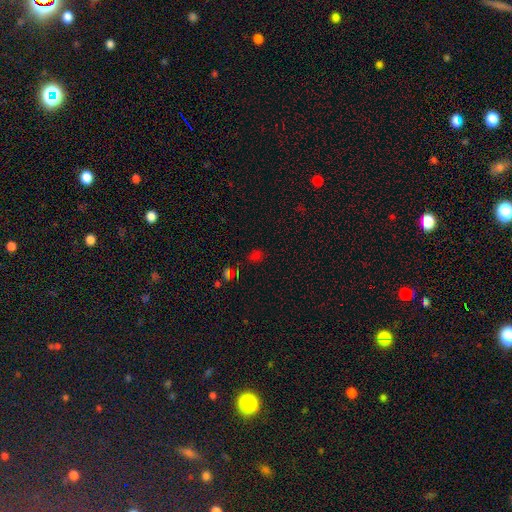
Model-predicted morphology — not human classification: smooth_or_featured: smooth (p=0.55) [alt: star or artifact p=0.39]
how_rounded: in between (p=0.50) [alt: round p=0.48]
merging: none (p=0.70) [alt: minor disturbance p=0.16]